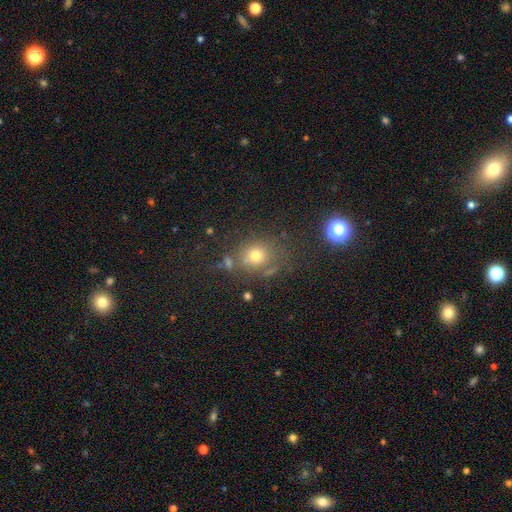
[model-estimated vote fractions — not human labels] A smooth galaxy with no disk features (69%) that is round (74%).

Vote fractions:
- Smooth or featured? smooth: 69% / star or artifact: 19% / featured or disk: 12%
- How rounded? round: 74% / in between: 25% / cigar-shaped: 1%
- Merging? none: 68% / minor disturbance: 14% / merger: 11% / major disturbance: 7%